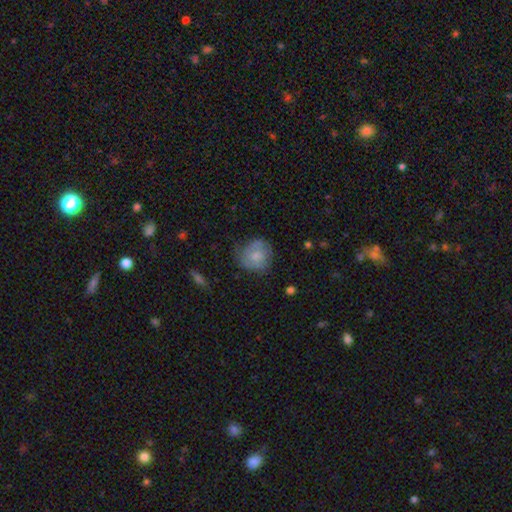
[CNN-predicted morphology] Smooth or featured? Predicted: smooth (p=0.65). How rounded? Predicted: round (p=0.81). Merging? Predicted: none (p=0.59).